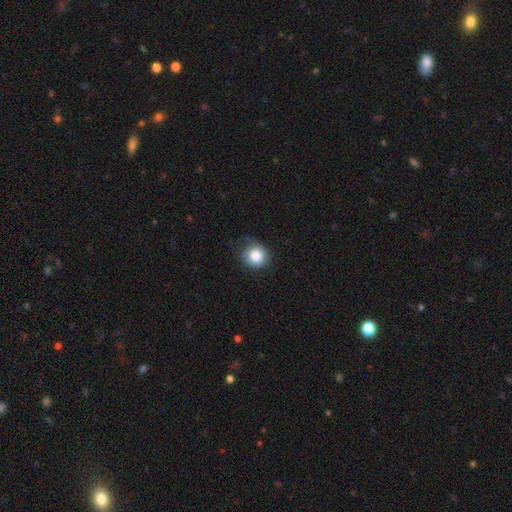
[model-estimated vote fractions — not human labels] The model was most divided on "merging": none: 64%, minor disturbance: 27%, major disturbance: 8%, merger: 1%. More confident: how rounded — round (84%); smooth or featured — smooth (83%).